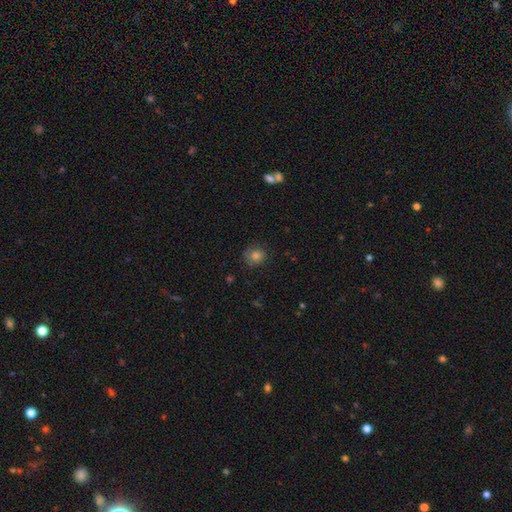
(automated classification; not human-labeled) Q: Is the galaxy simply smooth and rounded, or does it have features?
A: smooth — 74%.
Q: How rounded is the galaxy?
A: round — 83%.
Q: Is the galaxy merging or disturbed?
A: none — 78%.